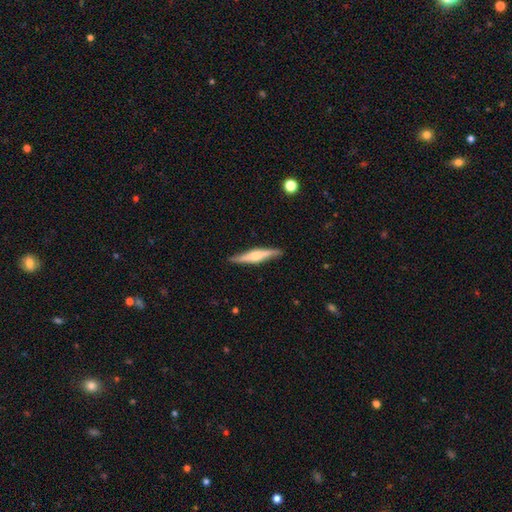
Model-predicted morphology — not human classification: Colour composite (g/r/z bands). It shows a featured or disk galaxy (62%) viewed edge-on (95%) with a rounded central bulge (86%). Merging: none (88%).